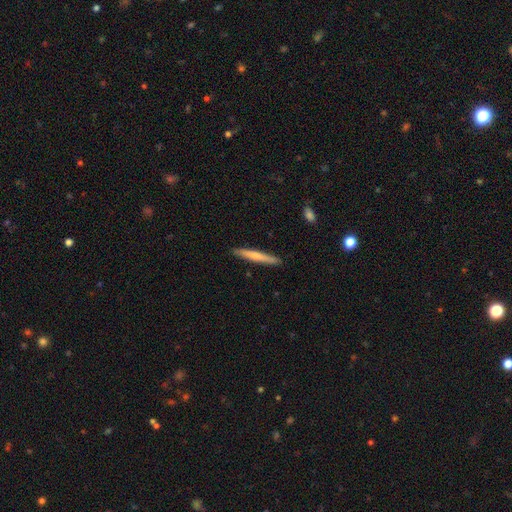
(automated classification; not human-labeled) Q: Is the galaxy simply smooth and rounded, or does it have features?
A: smooth — 63%.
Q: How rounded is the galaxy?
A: cigar-shaped — 96%.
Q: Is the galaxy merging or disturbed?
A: none — 90%.